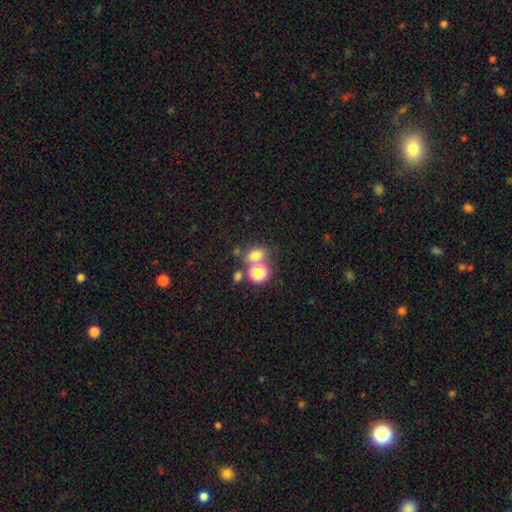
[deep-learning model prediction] Smooth or featured? Predicted: smooth (p=0.71). How rounded? Predicted: in between (p=0.53). Merging? Predicted: none (p=0.57).